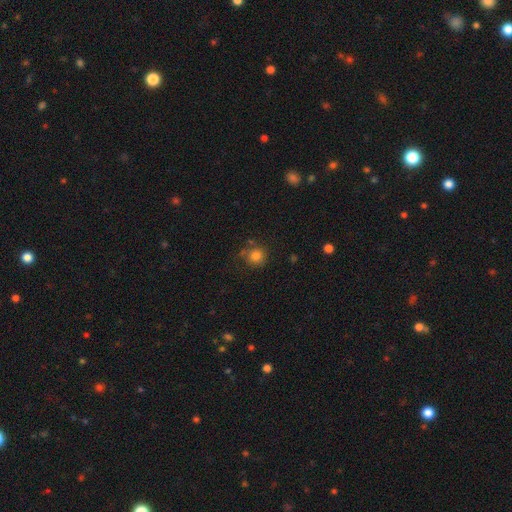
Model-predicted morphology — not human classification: Smooth or featured? Predicted: smooth (p=0.81). How rounded? Predicted: round (p=0.88). Merging? Predicted: none (p=0.70).